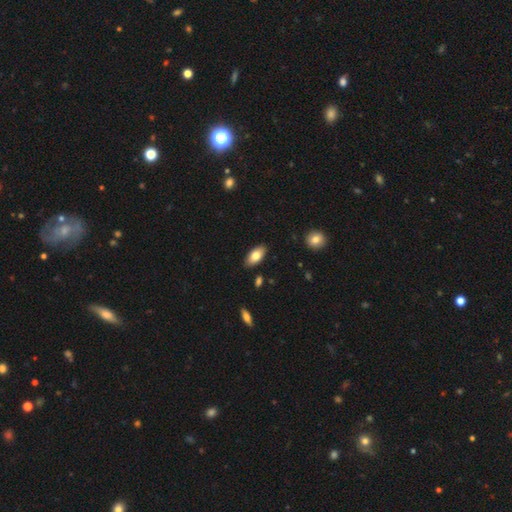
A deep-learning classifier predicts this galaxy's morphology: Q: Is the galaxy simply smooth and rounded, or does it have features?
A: smooth — 80%.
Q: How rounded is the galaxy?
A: in between — 91%.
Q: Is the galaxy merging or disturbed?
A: none — 87%.